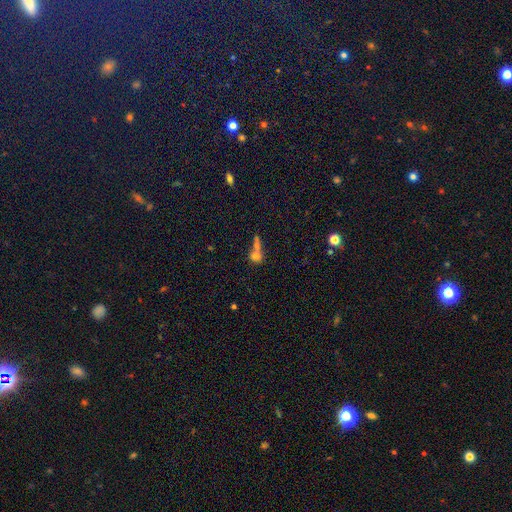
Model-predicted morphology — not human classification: type=smooth (67%); roundness=in between (42%, tied with round); merging=merger (54%).